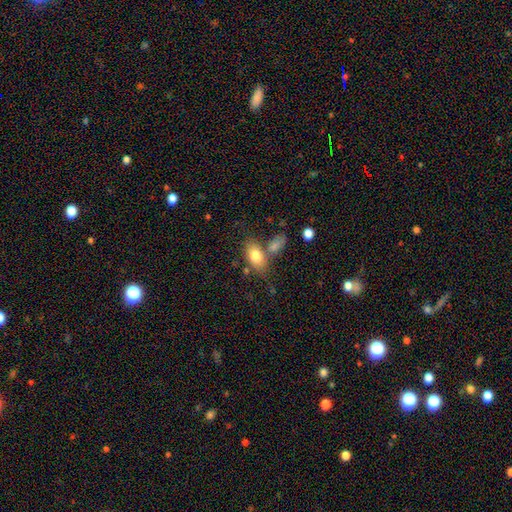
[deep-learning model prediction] A smooth galaxy with no disk features (79%) that is in between round and cigar-shaped (89%). Merging: none (55%).